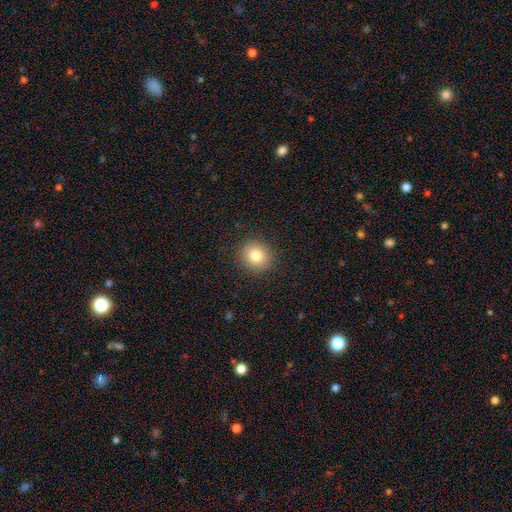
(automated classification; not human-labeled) Smooth or featured? Predicted: smooth (p=0.81). How rounded? Predicted: round (p=0.85). Merging? Predicted: none (p=0.90).